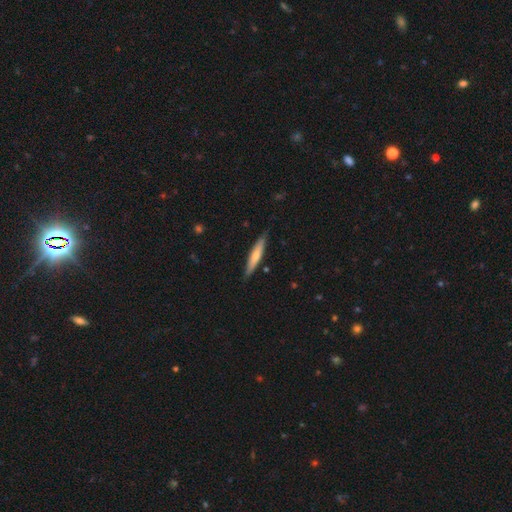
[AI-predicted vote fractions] Morphology: type=smooth (60%); roundness=cigar-shaped (90%); merging=none (85%).